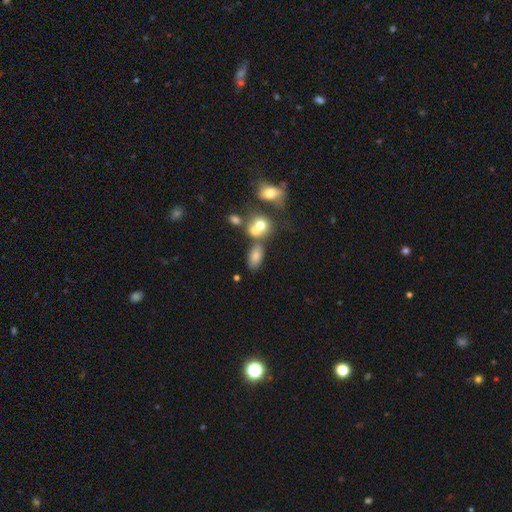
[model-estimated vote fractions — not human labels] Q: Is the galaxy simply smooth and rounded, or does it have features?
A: smooth — 72%.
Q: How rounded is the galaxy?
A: in between — 84%.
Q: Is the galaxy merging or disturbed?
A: none — 48%.